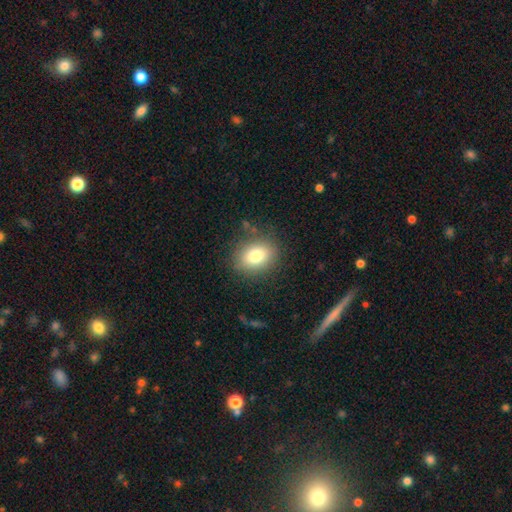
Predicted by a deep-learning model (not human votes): smooth_or_featured: smooth (p=0.81) [alt: star or artifact p=0.10]
how_rounded: in between (p=0.59) [alt: round p=0.40]
merging: none (p=0.83) [alt: minor disturbance p=0.11]